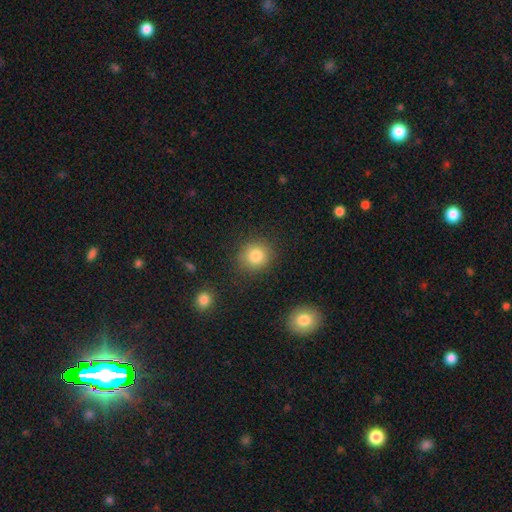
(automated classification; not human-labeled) Morphology: type=smooth (84%); roundness=round (82%); merging=none (85%).